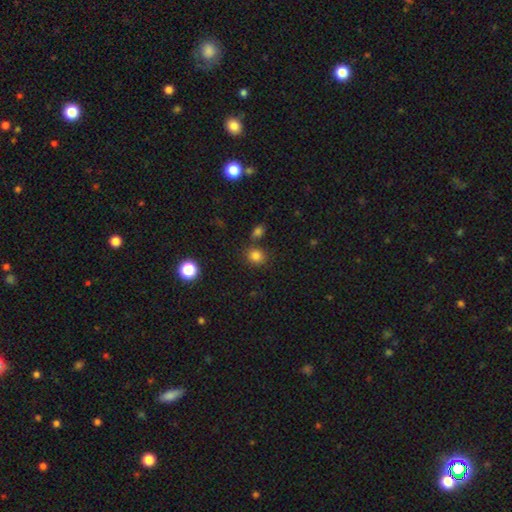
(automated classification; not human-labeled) Overall: smooth (81%). How rounded: round (76%). Merging: none (75%).